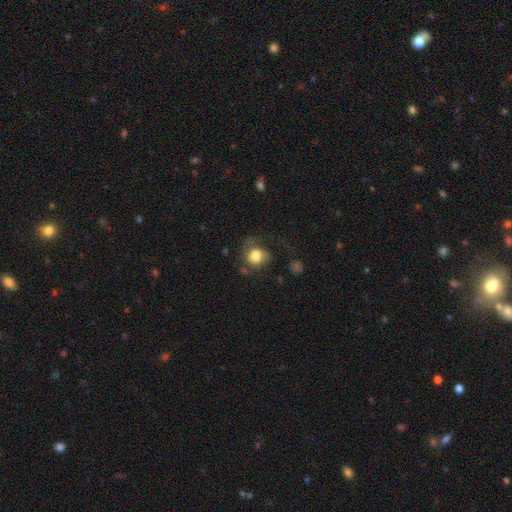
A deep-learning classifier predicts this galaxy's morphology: A smooth galaxy with no disk features (75%) that is round (72%).

Vote fractions:
- Smooth or featured? smooth: 75% / featured or disk: 17% / star or artifact: 8%
- How rounded? round: 72% / in between: 27% / cigar-shaped: 1%
- Merging? none: 47% / minor disturbance: 25% / major disturbance: 25% / merger: 4%